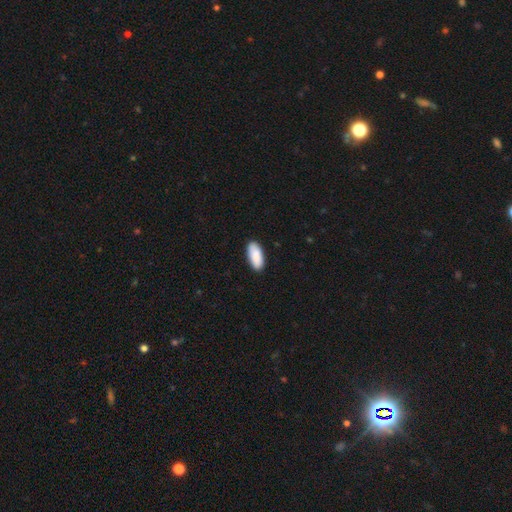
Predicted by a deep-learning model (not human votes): Smooth or featured: smooth — 90% (star or artifact — 6%)
How rounded: in between — 87% (cigar-shaped — 11%)
Merging: none — 88% (minor disturbance — 9%)